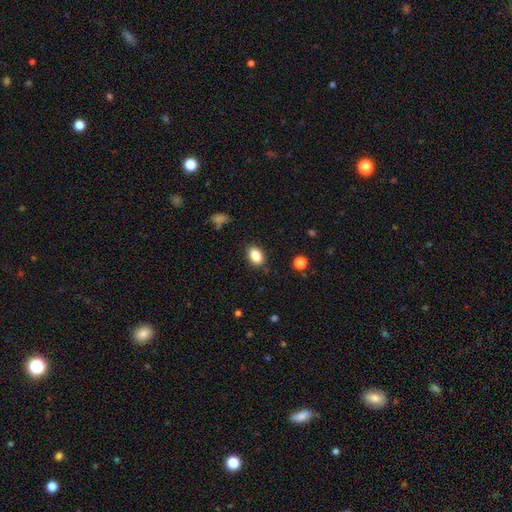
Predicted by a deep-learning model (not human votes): Smooth or featured?
  - smooth: 86% *
  - star or artifact: 9%
  - featured or disk: 5%
How rounded?
  - in between: 82% *
  - round: 16%
  - cigar-shaped: 1%
Merging?
  - none: 86% *
  - minor disturbance: 10%
  - major disturbance: 2%
  - merger: 1%